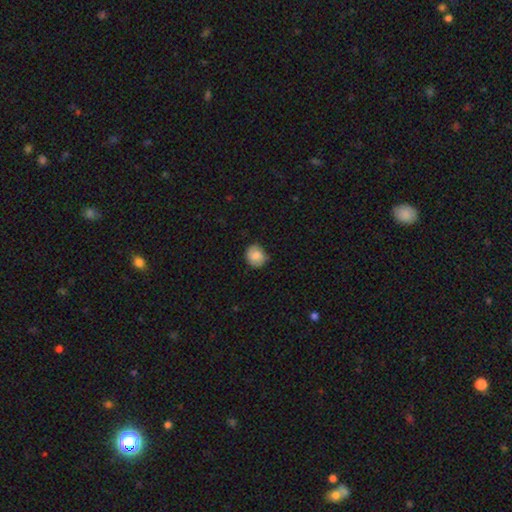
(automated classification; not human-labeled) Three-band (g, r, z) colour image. It shows a smooth galaxy with no disk features (79%) that is round (78%). Merging: none (70%).